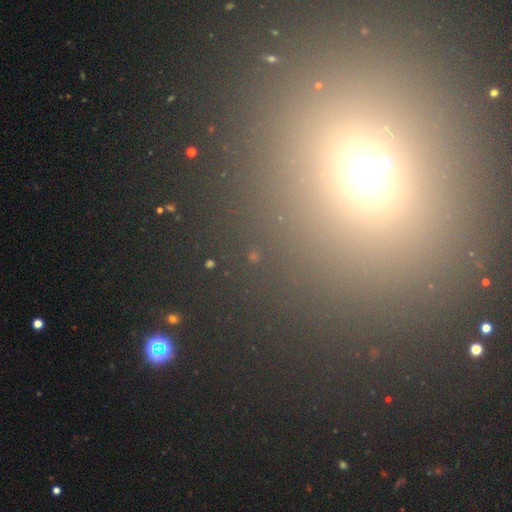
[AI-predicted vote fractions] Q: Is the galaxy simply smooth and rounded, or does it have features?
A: star or artifact — 64%.